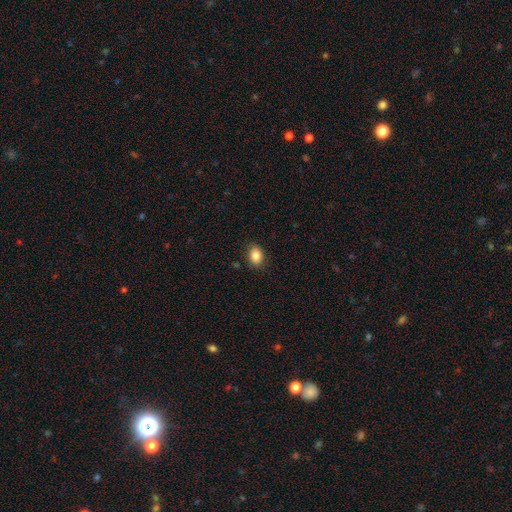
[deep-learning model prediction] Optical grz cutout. It shows a smooth galaxy with no disk features (86%) that is in between round and cigar-shaped (73%). Merging: none (85%).